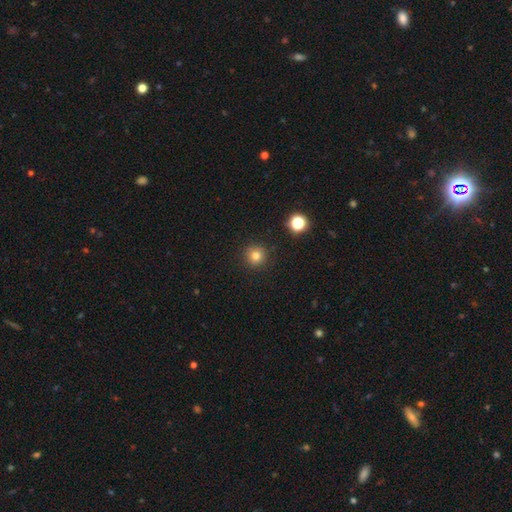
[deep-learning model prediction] This appears to be a smooth galaxy with no disk features (80%) that is round (95%). Merging: none (90%).